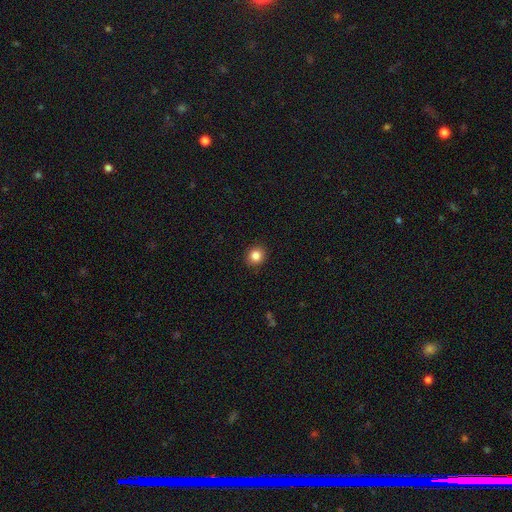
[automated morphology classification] This appears to be a smooth galaxy with no disk features (85%) that is round (85%). Merging: none (91%).